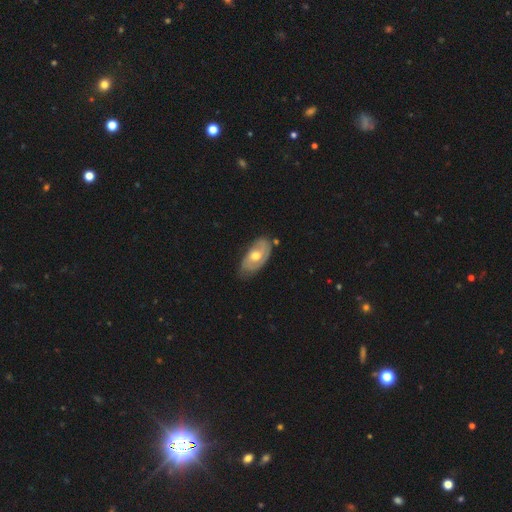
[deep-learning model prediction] Smooth or featured?
  - featured or disk: 59% *
  - smooth: 36%
  - star or artifact: 5%
Edge-on disk?
  - no: 90% *
  - yes: 10%
Bar?
  - no: 76% *
  - weak: 20%
  - strong: 4%
Spiral arms?
  - yes: 64% *
  - no: 36%
Bulge size?
  - moderate: 77% *
  - small: 11%
  - large: 10%
  - none: 1%
  - dominant: 1%
Merging?
  - none: 62% *
  - minor disturbance: 29%
  - major disturbance: 7%
  - merger: 3%